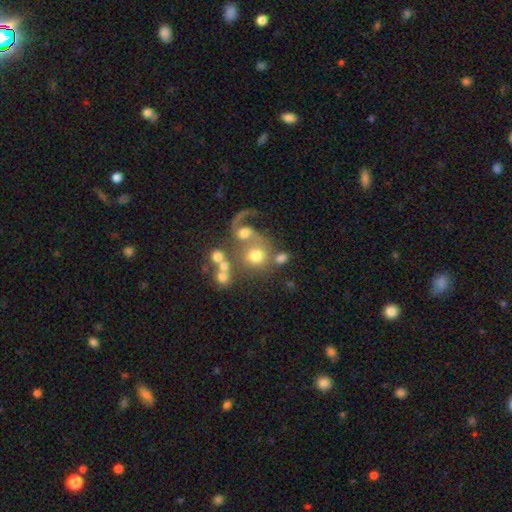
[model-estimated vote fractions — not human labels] Overall: smooth (51%; featured or disk 37%). How rounded: round (78%). Merging: merger (44%; none 31%).